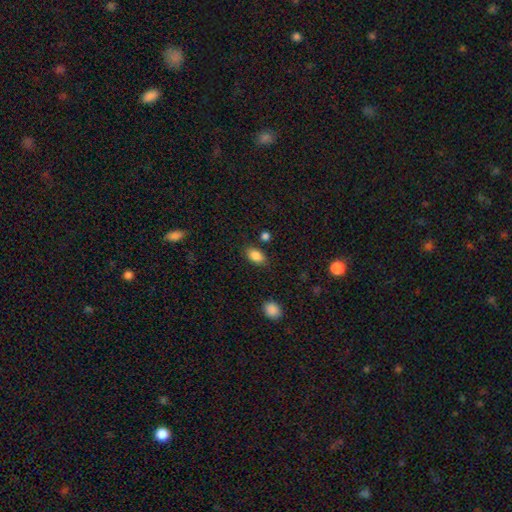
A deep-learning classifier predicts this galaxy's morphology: This is clearly a smooth galaxy (86%). How rounded: clearly in between (88%). Merging: clearly none (82%).